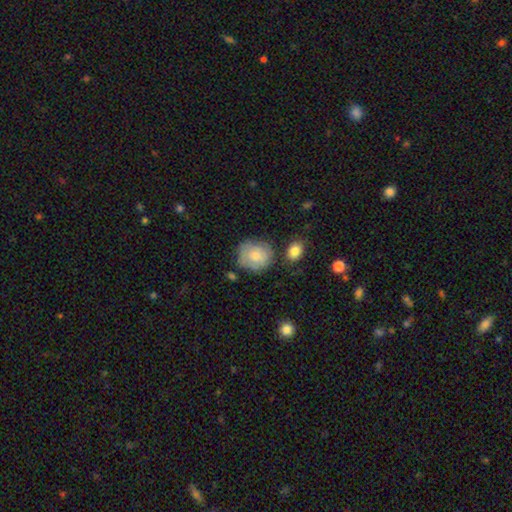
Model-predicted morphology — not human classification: Smooth or featured?
  - smooth: 73% *
  - featured or disk: 20%
  - star or artifact: 7%
How rounded?
  - round: 79% *
  - in between: 20%
  - cigar-shaped: 1%
Merging?
  - none: 66% *
  - minor disturbance: 22%
  - major disturbance: 6%
  - merger: 6%